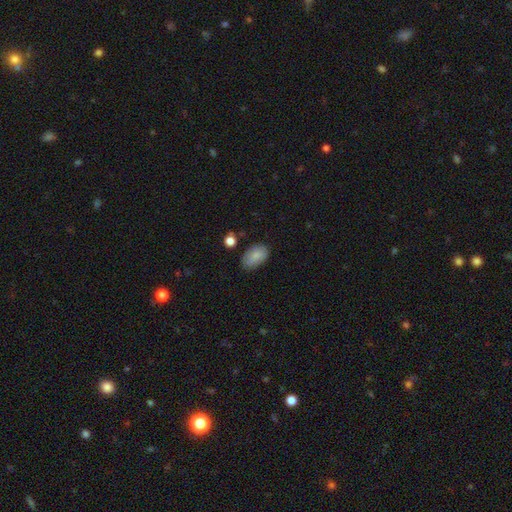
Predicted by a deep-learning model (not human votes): Morphology: type=smooth (85%); roundness=in between (91%); merging=none (76%).